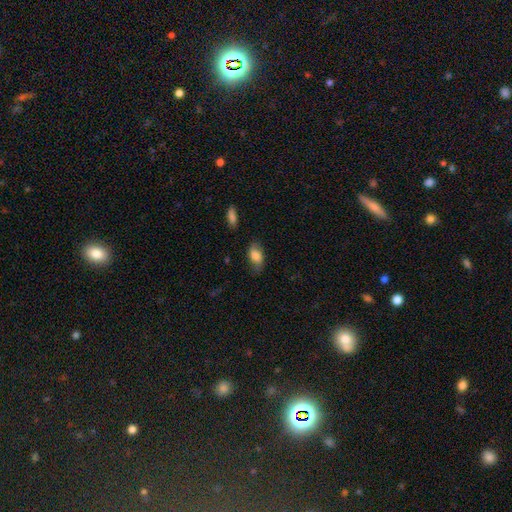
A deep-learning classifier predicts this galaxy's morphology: Overall: smooth (79%). How rounded: in between (90%). Merging: none (67%).